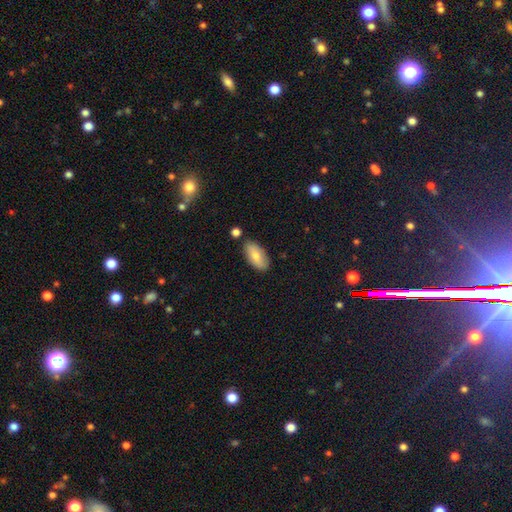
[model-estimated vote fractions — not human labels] Overall: smooth (75%). How rounded: in between (91%). Merging: none (80%).